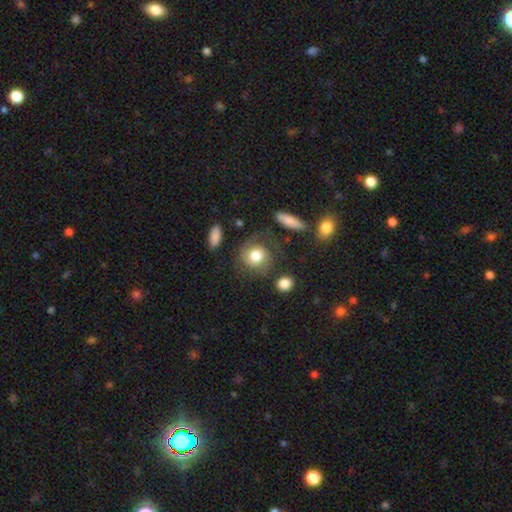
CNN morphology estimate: Overall: smooth (48%; featured or disk 43%). Merging: none (62%).